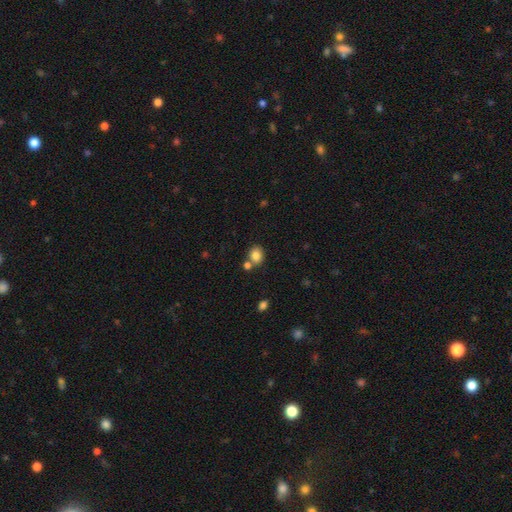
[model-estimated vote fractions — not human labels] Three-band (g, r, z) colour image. It shows a smooth galaxy with no disk features (83%) that is round (63%). Merging: none (63%).